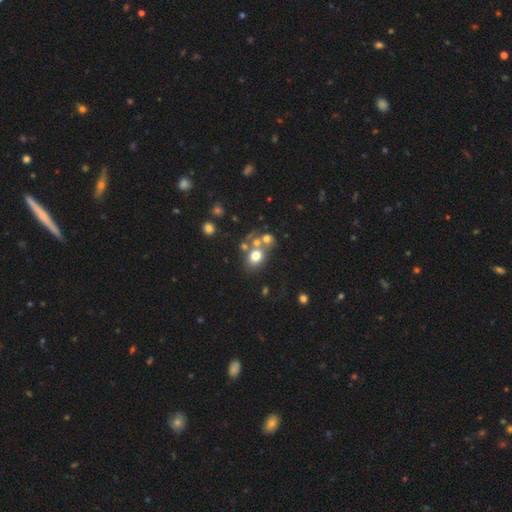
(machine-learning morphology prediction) smooth 69%, featured or disk 16%, star or artifact 14%. Down the decision tree: how rounded — round (58%); merging — none (45%).